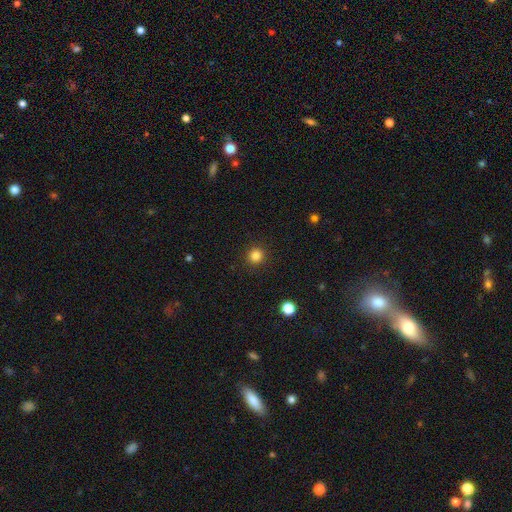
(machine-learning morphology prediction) Overall: smooth (84%). How rounded: round (93%). Merging: none (92%).